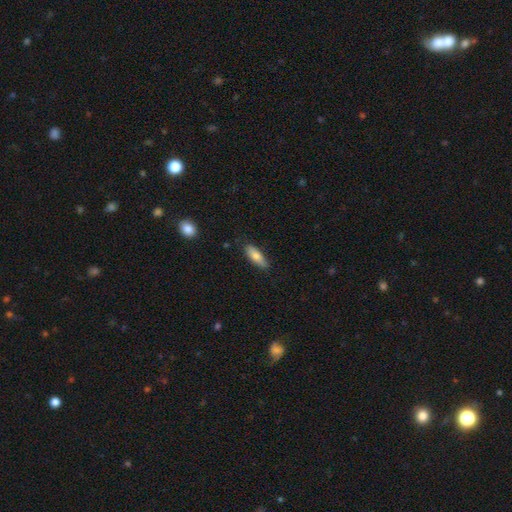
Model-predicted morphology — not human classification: The model was most divided on "how rounded": in between: 60%, cigar-shaped: 38%, round: 2%. More confident: merging — none (82%); smooth or featured — smooth (78%).